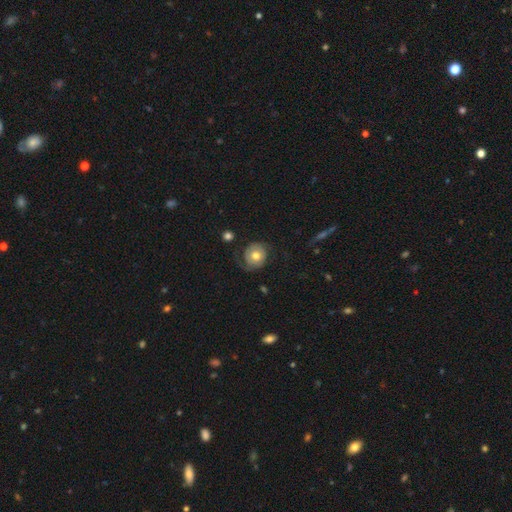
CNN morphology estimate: A featured or disk galaxy (50%). Merging: none (60%).